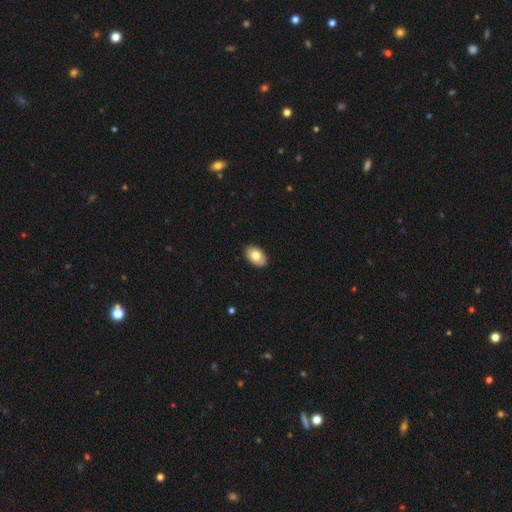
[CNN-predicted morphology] smooth-or-featured: smooth: 80% | featured or disk: 14% | star or artifact: 7%
  how-rounded: in between: 91% | round: 8% | cigar-shaped: 1%
  merging: none: 90% | minor disturbance: 8% | major disturbance: 2% | merger: 1%